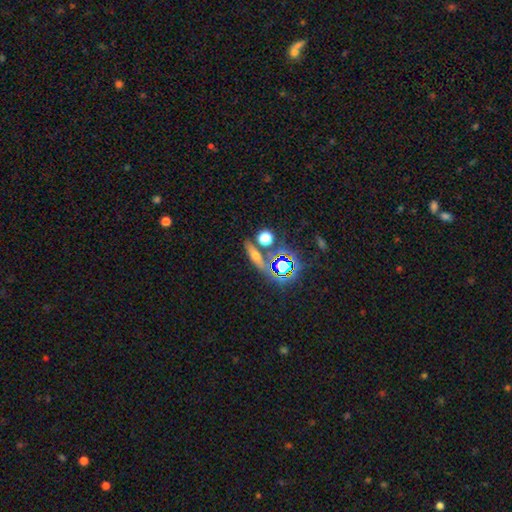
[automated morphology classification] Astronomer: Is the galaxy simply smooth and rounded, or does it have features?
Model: smooth — 43% (runner-up: star or artifact, 29%).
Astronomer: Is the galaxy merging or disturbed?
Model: none — 75%.